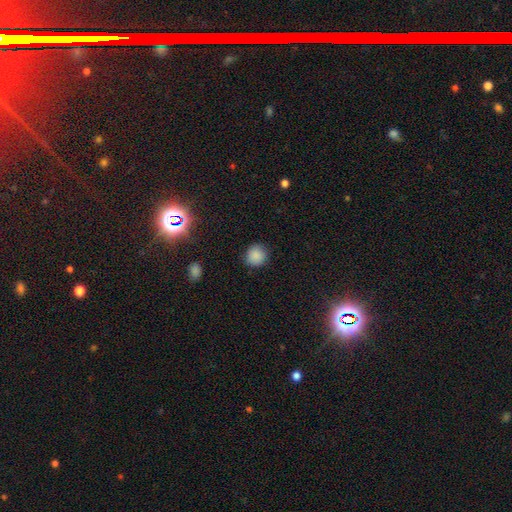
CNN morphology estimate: Smooth or featured: smooth — 86% (star or artifact — 10%)
How rounded: round — 87% (in between — 12%)
Merging: none — 86% (minor disturbance — 10%)